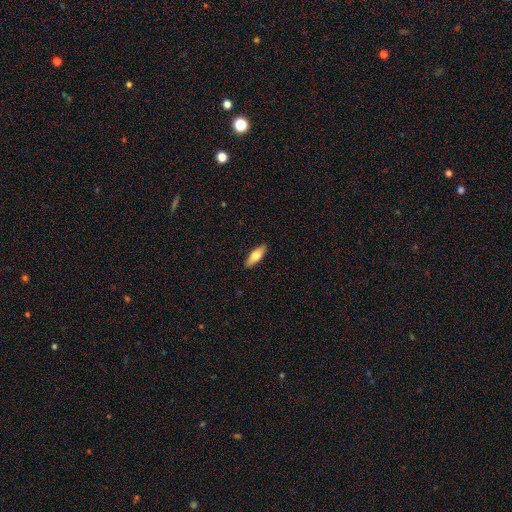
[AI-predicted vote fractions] smooth_or_featured: smooth (p=0.66) [alt: featured or disk p=0.29]
how_rounded: in between (p=0.61) [alt: cigar-shaped p=0.37]
merging: none (p=0.89) [alt: minor disturbance p=0.08]